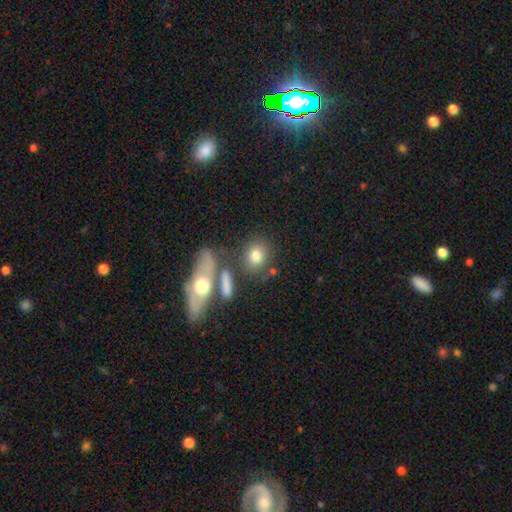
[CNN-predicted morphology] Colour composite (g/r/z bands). It shows a smooth galaxy with no disk features (75%) that is round (56%). Merging: none (62%).